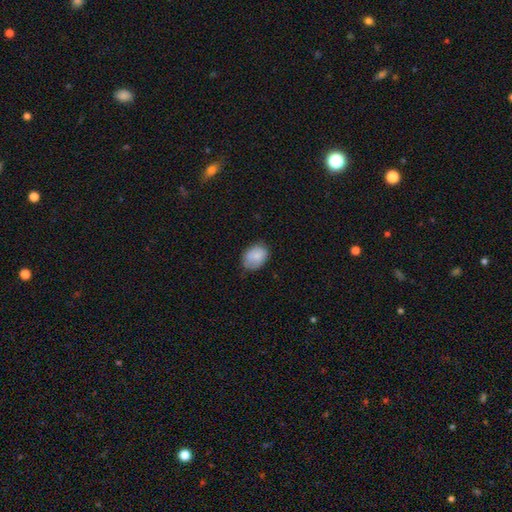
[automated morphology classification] smooth 83%, featured or disk 10%, star or artifact 7%. Down the decision tree: how rounded — in between (74%); merging — none (71%).